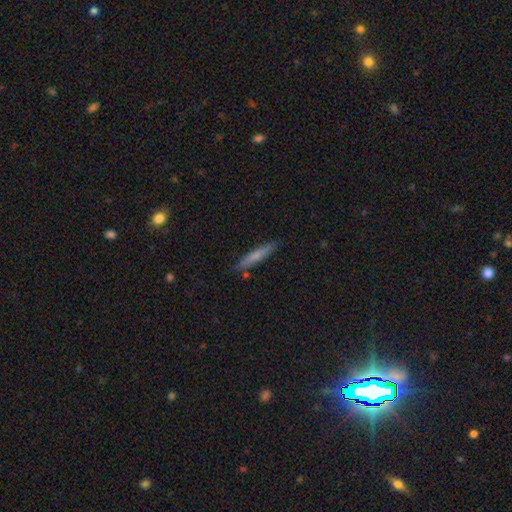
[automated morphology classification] Smooth or featured?
  - smooth: 69% *
  - featured or disk: 25%
  - star or artifact: 6%
How rounded?
  - cigar-shaped: 92% *
  - in between: 6%
  - round: 1%
Merging?
  - none: 85% *
  - minor disturbance: 10%
  - merger: 2%
  - major disturbance: 2%